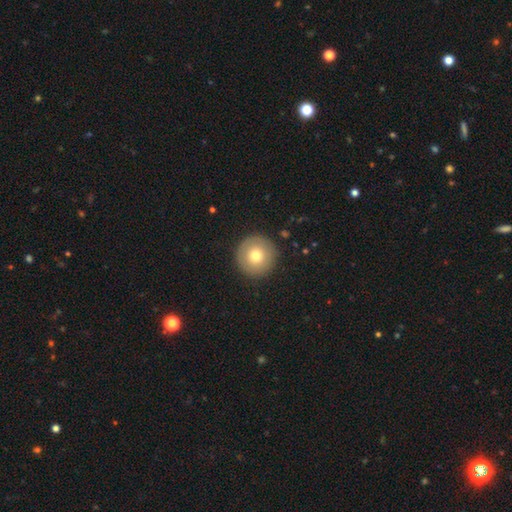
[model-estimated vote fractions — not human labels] Q: Smooth or featured?
A: smooth (74%); runner-up: featured or disk (17%)
Q: How rounded?
A: round (96%); runner-up: in between (3%)
Q: Merging?
A: none (90%); runner-up: minor disturbance (7%)